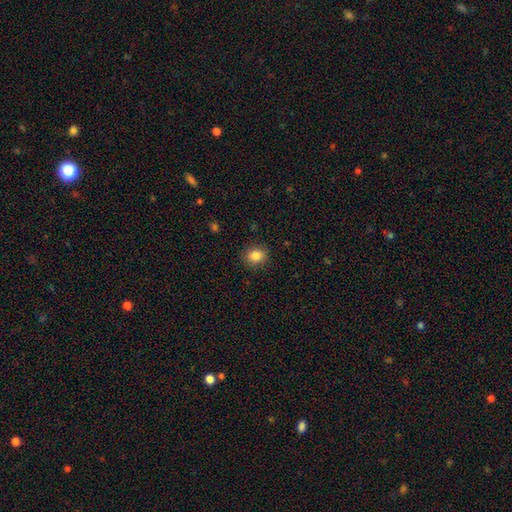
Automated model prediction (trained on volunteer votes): A smooth galaxy with no disk features (85%) that is round (69%).

Vote fractions:
- Smooth or featured? smooth: 85% / star or artifact: 10% / featured or disk: 5%
- How rounded? round: 69% / in between: 30% / cigar-shaped: 1%
- Merging? none: 88% / minor disturbance: 8% / major disturbance: 3% / merger: 1%